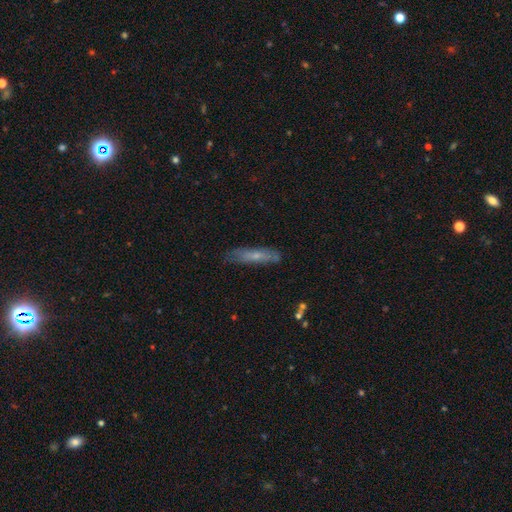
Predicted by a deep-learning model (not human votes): smooth_or_featured: smooth (p=0.53) [alt: featured or disk p=0.40]
how_rounded: cigar-shaped (p=0.82) [alt: in between p=0.16]
merging: none (p=0.74) [alt: minor disturbance p=0.20]